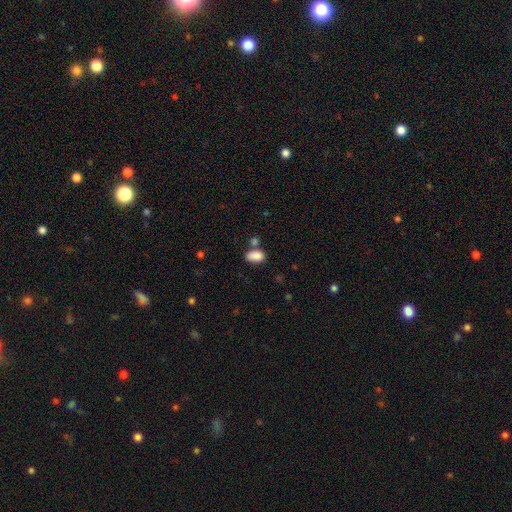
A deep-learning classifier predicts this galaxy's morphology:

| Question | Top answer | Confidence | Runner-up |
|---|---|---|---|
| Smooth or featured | smooth | 87% | star or artifact (8%) |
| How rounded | in between | 90% | round (8%) |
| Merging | none | 60% | merger (20%) |